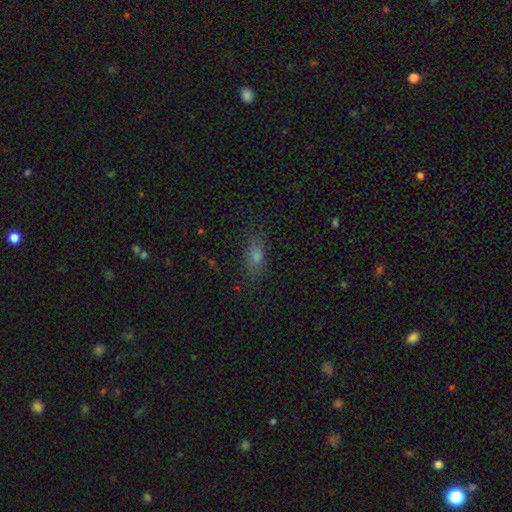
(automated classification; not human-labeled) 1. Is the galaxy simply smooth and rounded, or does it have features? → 68% smooth, 17% star or artifact, 15% featured or disk.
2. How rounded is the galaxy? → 70% in between, 20% cigar-shaped, 10% round.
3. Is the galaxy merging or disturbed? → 79% none, 15% minor disturbance, 5% major disturbance, 2% merger.